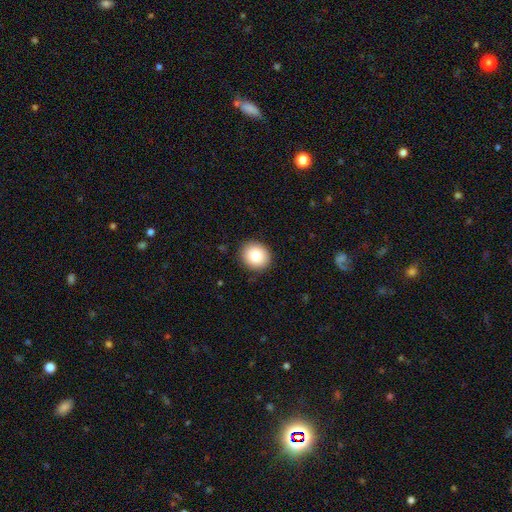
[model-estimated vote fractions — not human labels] Smooth or featured? smooth (83%)
How rounded? round (82%)
Merging? none (90%)